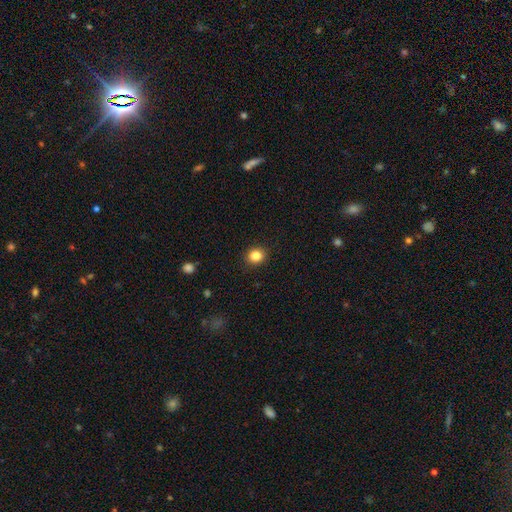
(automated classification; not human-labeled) This is clearly a smooth galaxy (85%). How rounded: likely round (79%). Merging: clearly none (91%).